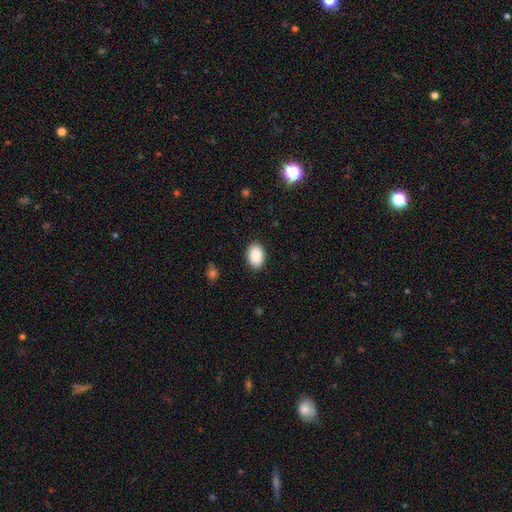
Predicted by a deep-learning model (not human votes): Smooth or featured?
  - smooth: 90% *
  - star or artifact: 7%
  - featured or disk: 4%
How rounded?
  - in between: 85% *
  - round: 14%
  - cigar-shaped: 1%
Merging?
  - none: 89% *
  - minor disturbance: 8%
  - major disturbance: 2%
  - merger: 1%